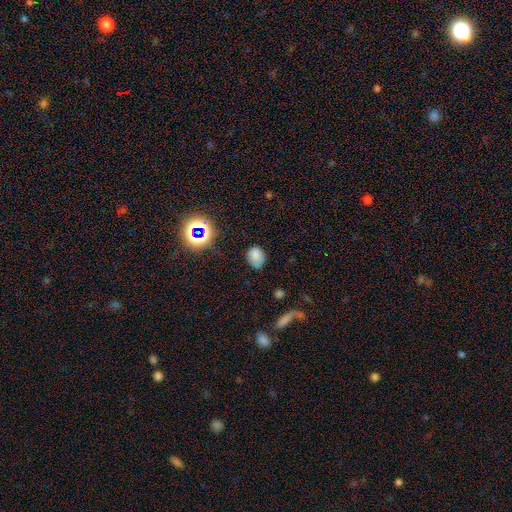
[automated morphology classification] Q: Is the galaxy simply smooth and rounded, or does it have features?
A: smooth — 76%.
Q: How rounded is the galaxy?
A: in between — 61%.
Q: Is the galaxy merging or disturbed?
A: none — 66%.